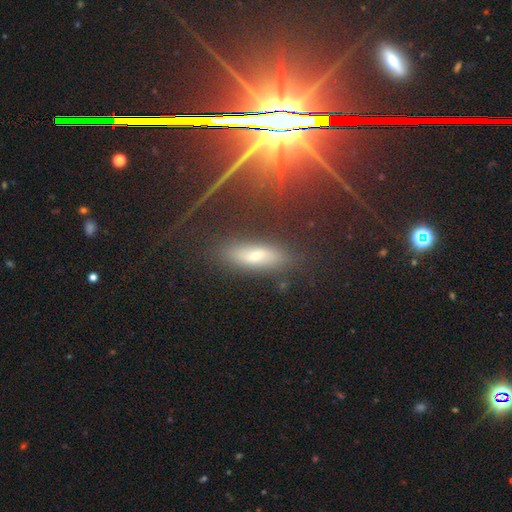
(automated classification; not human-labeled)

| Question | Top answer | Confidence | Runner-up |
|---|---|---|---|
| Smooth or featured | smooth | 39% | star or artifact (36%) |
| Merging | none | 83% | minor disturbance (11%) |